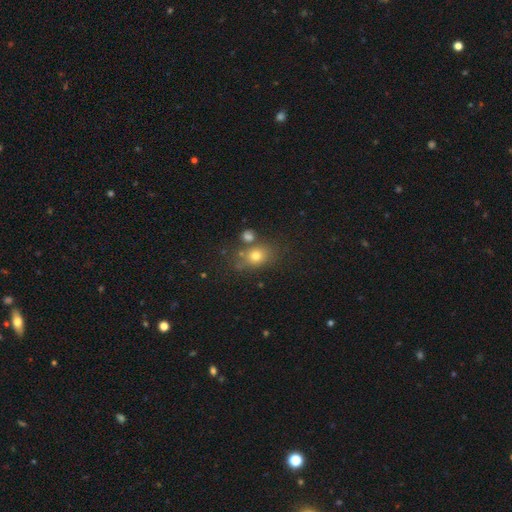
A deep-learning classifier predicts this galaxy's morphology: The model was most divided on "how rounded": round: 56%, in between: 43%, cigar-shaped: 2%. More confident: smooth or featured — smooth (73%); merging — none (64%).